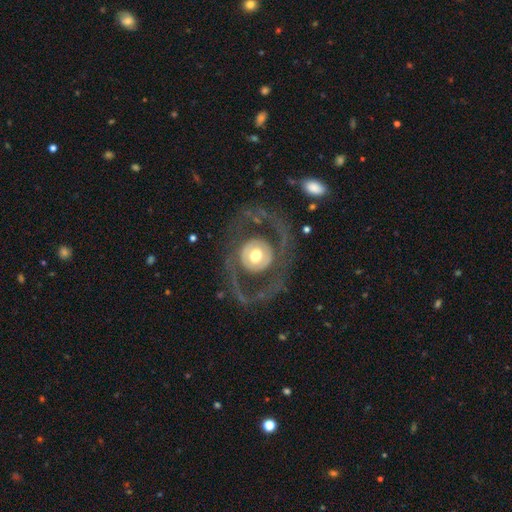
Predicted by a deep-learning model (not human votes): smooth_or_featured: featured or disk (p=0.72) [alt: smooth p=0.23]
disk_edge_on: no (p=0.95) [alt: yes p=0.05]
bar: no (p=0.71) [alt: weak p=0.20]
has_spiral_arms: yes (p=0.53) [alt: no p=0.47]
bulge_size: moderate (p=0.55) [alt: large p=0.33]
merging: none (p=0.65) [alt: major disturbance p=0.22]